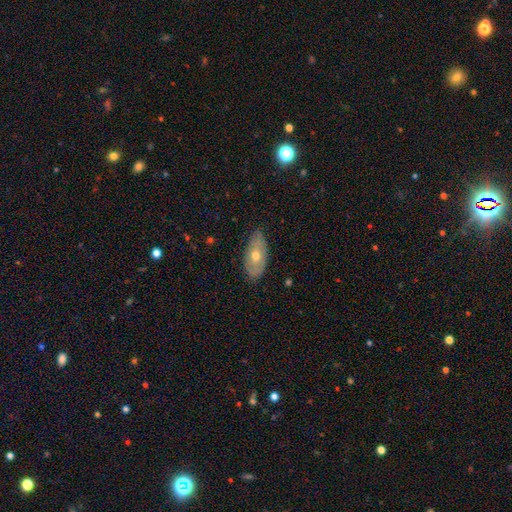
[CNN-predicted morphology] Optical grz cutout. It shows a smooth galaxy with no disk features (52%) that is in between round and cigar-shaped (90%). Merging: none (80%).